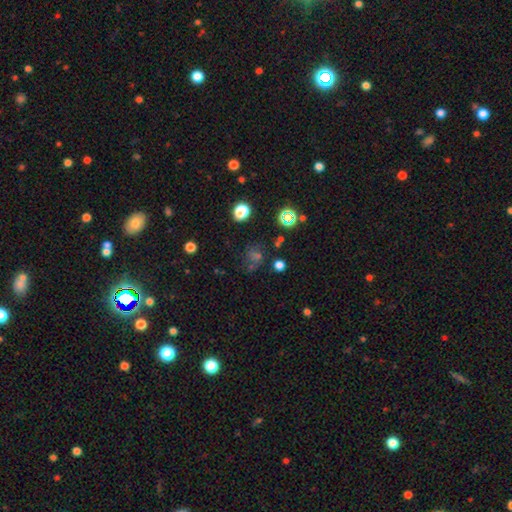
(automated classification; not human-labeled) Morphology: type=star or artifact (44%).